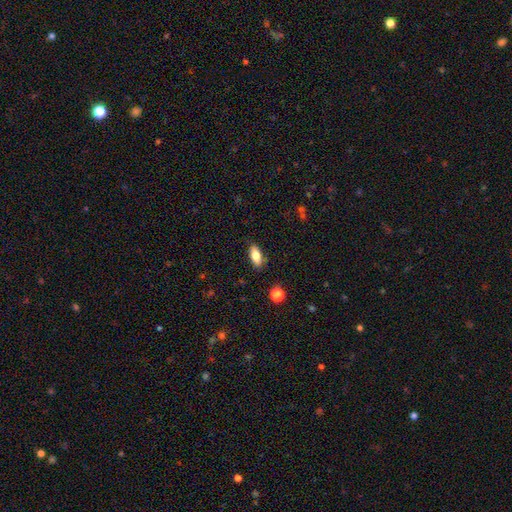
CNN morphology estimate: Q: Smooth or featured?
A: smooth (79%); runner-up: featured or disk (13%)
Q: How rounded?
A: in between (85%); runner-up: cigar-shaped (12%)
Q: Merging?
A: none (84%); runner-up: minor disturbance (12%)